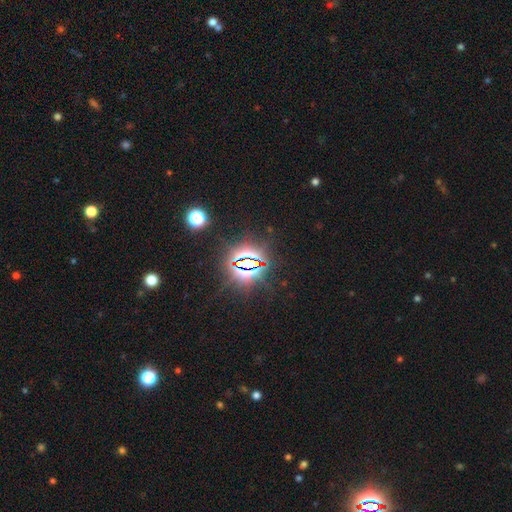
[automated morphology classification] Smooth or featured?
  - star or artifact: 84% *
  - smooth: 9%
  - featured or disk: 7%